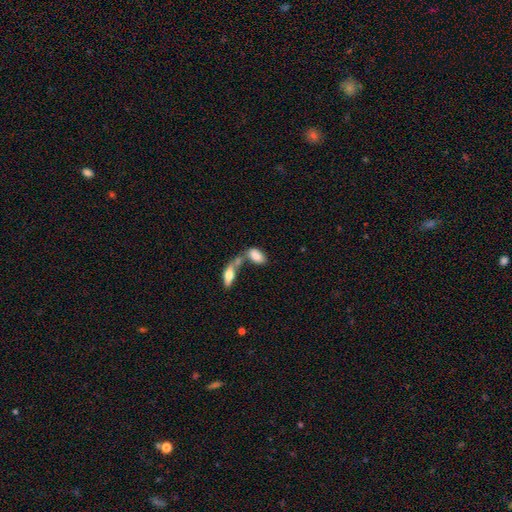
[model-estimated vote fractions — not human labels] Q: Smooth or featured?
A: smooth (81%); runner-up: featured or disk (12%)
Q: How rounded?
A: in between (89%); runner-up: cigar-shaped (8%)
Q: Merging?
A: merger (56%); runner-up: none (28%)